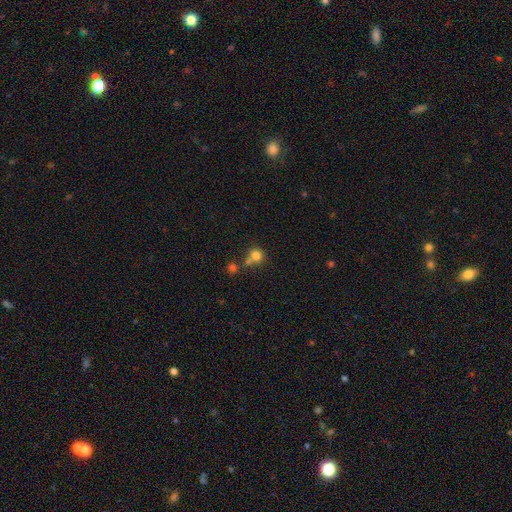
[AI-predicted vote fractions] This is likely a smooth galaxy (78%). How rounded: clearly round (87%). Merging: possibly none (50%).